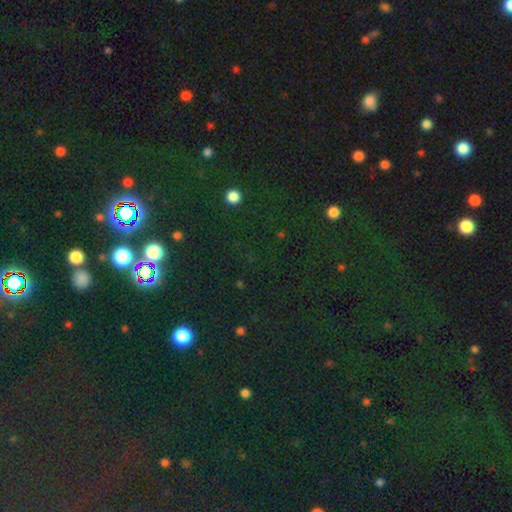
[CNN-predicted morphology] A star or artifact, not a galaxy (73%).